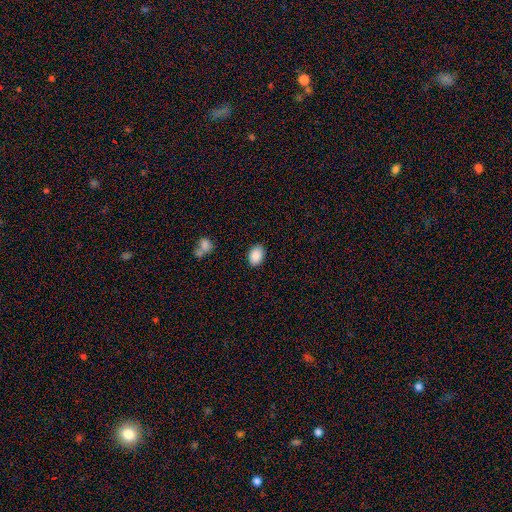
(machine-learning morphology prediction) A smooth galaxy with no disk features (89%) that is in between round and cigar-shaped (81%). Merging: none (87%).